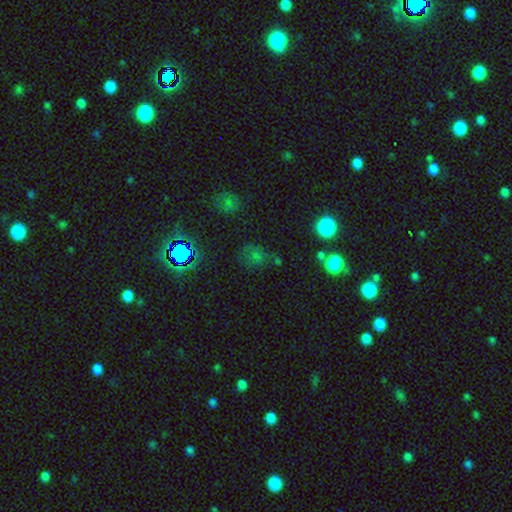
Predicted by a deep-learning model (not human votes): Q: Smooth or featured?
A: smooth (47%); runner-up: star or artifact (41%)
Q: Merging?
A: none (60%); runner-up: minor disturbance (19%)